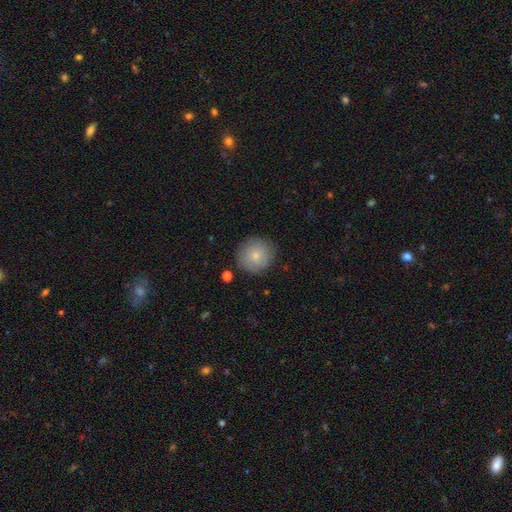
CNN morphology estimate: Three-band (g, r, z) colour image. It shows a smooth galaxy with no disk features (79%) that is round (90%). Merging: none (84%).